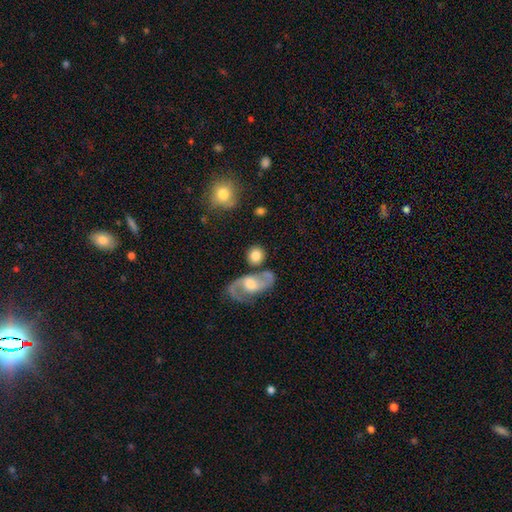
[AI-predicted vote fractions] The model was most divided on "merging": none: 65%, merger: 17%, minor disturbance: 12%, major disturbance: 6%. More confident: how rounded — round (76%); smooth or featured — smooth (71%).